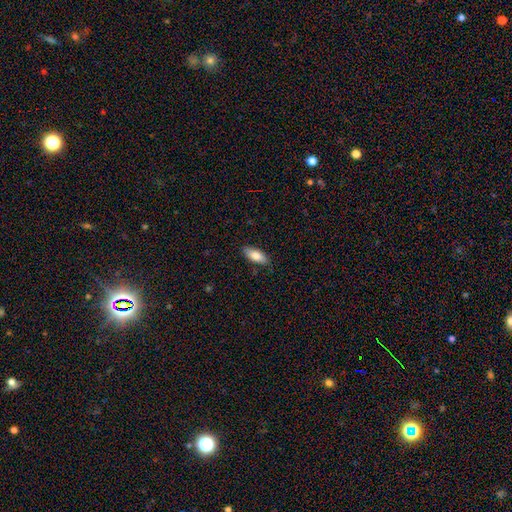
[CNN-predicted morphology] smooth-or-featured: smooth: 81% | featured or disk: 13% | star or artifact: 6%
  how-rounded: in between: 81% | cigar-shaped: 17% | round: 2%
  merging: none: 85% | minor disturbance: 11% | major disturbance: 2% | merger: 1%